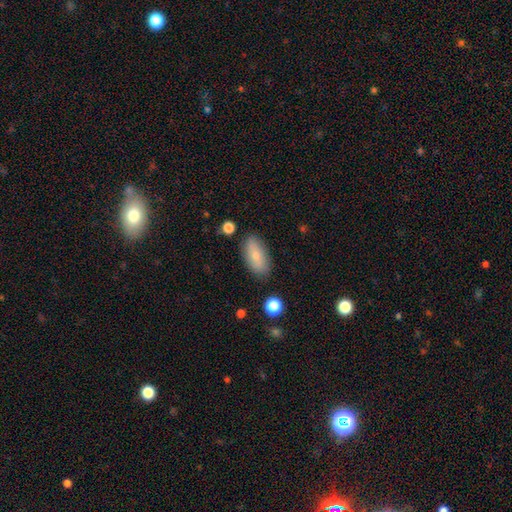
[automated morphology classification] Smooth or featured: smooth — 72% (featured or disk — 20%)
How rounded: in between — 88% (cigar-shaped — 8%)
Merging: none — 83% (minor disturbance — 12%)